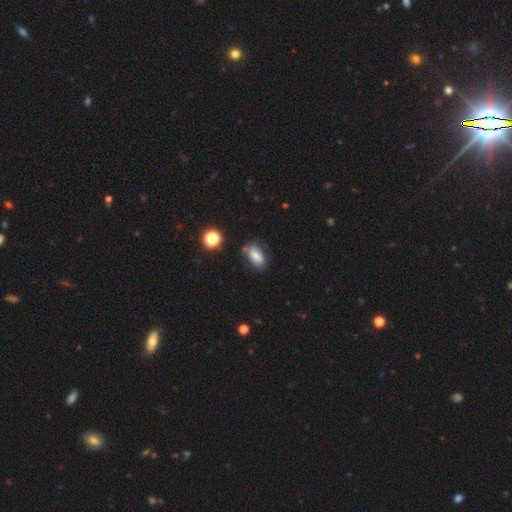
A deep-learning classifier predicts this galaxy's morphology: smooth-or-featured: smooth: 72% | featured or disk: 17% | star or artifact: 11%
  how-rounded: in between: 89% | cigar-shaped: 6% | round: 6%
  merging: none: 64% | minor disturbance: 24% | major disturbance: 6% | merger: 5%